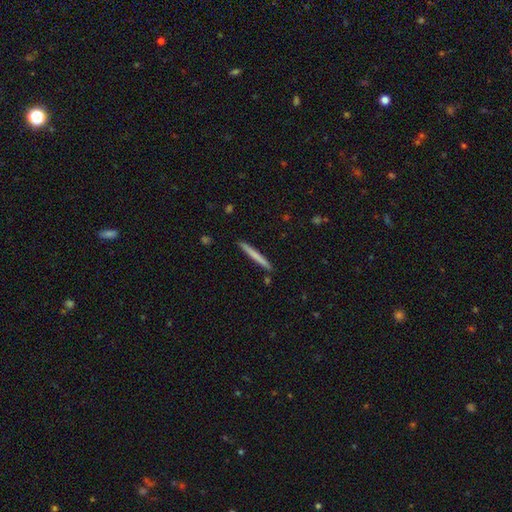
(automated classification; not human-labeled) Q: Smooth or featured?
A: smooth (68%); runner-up: featured or disk (27%)
Q: How rounded?
A: cigar-shaped (97%); runner-up: in between (2%)
Q: Merging?
A: none (91%); runner-up: minor disturbance (6%)